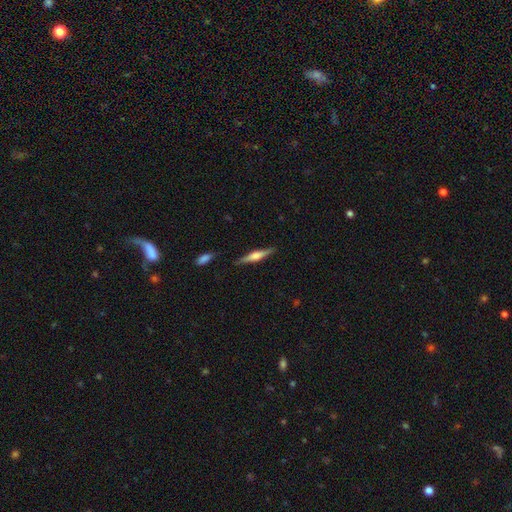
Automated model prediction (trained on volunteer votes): Morphology: type=featured or disk (64%); edge-on=yes (97%); edge-on bulge=rounded (78%); merging=none (86%).